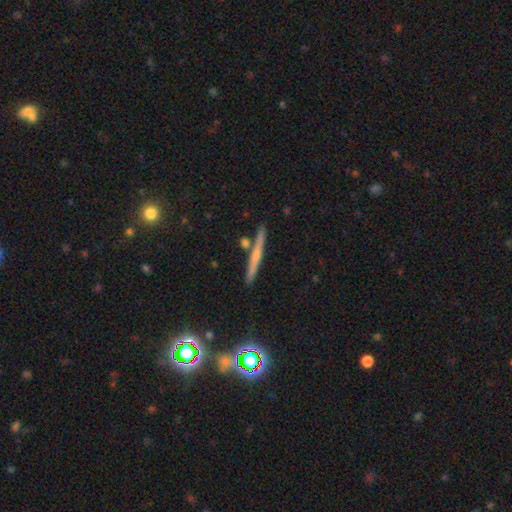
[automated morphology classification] This is possibly a featured or disk galaxy (48%). Merging: clearly none (84%).